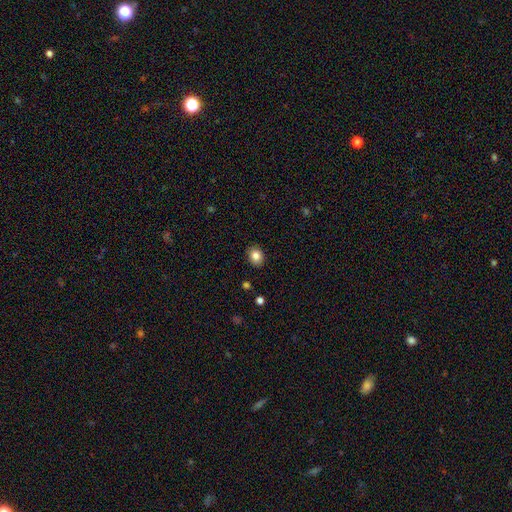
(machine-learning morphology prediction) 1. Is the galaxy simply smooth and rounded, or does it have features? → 84% smooth, 10% star or artifact, 7% featured or disk.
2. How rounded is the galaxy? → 50% in between, 49% round, 1% cigar-shaped.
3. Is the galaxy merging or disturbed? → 90% none, 7% minor disturbance, 2% major disturbance, 1% merger.